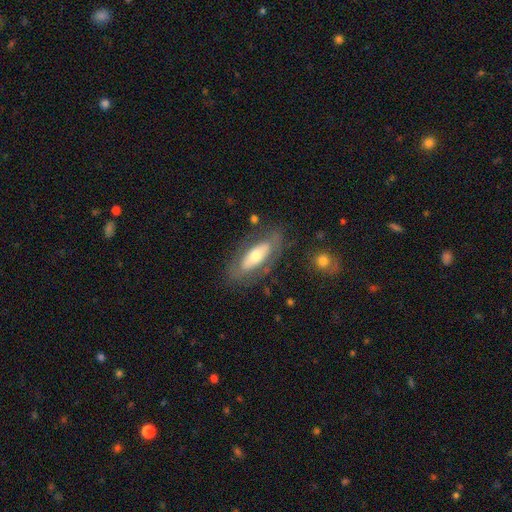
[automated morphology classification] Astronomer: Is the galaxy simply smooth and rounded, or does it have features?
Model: featured or disk — 50% (runner-up: smooth, 44%).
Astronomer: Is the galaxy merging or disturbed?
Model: none — 75%.